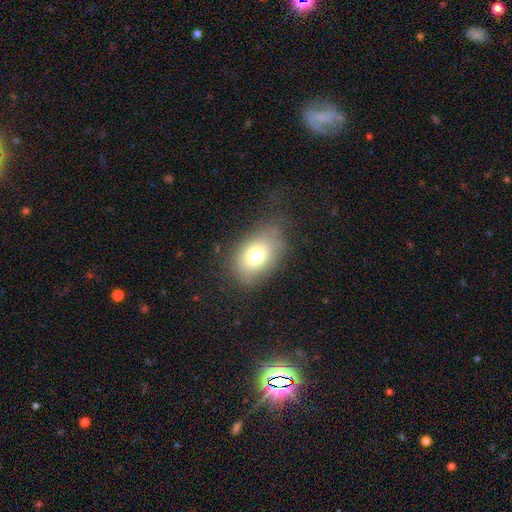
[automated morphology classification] Q: Smooth or featured?
A: smooth (73%); runner-up: featured or disk (15%)
Q: How rounded?
A: in between (79%); runner-up: round (20%)
Q: Merging?
A: none (68%); runner-up: minor disturbance (21%)